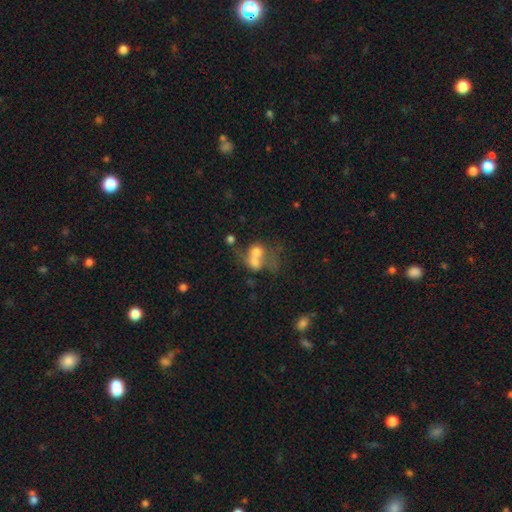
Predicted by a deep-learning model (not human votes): smooth-or-featured: smooth: 59% | featured or disk: 28% | star or artifact: 13%
  how-rounded: round: 52% | in between: 46% | cigar-shaped: 2%
  merging: merger: 70% | none: 14% | major disturbance: 10% | minor disturbance: 6%